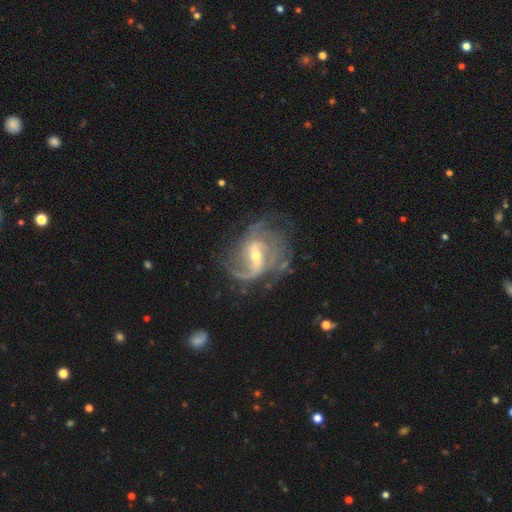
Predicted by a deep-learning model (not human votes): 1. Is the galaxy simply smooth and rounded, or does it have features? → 88% featured or disk, 6% star or artifact, 6% smooth.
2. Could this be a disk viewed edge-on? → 97% no, 3% yes.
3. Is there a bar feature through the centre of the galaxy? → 47% weak, 38% strong, 15% no.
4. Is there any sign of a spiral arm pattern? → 94% yes, 6% no.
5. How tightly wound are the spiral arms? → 43% medium, 38% loose, 19% tight.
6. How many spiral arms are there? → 53% 2, 18% can't tell, 11% 3, 11% 1, 4% 4, 4% more than 4.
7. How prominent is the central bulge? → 55% small, 41% moderate, 2% large, 1% none, 1% dominant.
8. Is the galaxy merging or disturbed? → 54% none, 23% major disturbance, 20% minor disturbance, 3% merger.